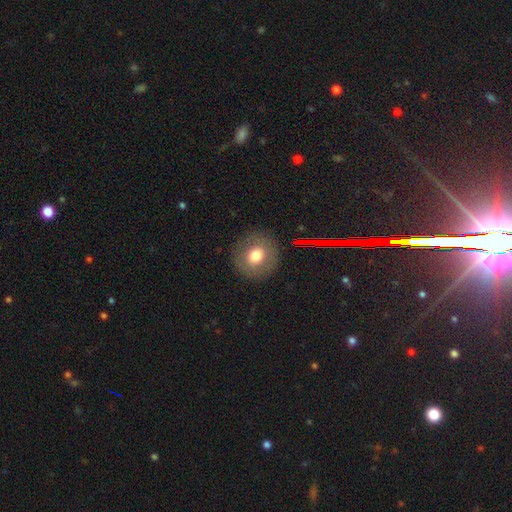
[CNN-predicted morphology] This appears to be a smooth galaxy with no disk features (68%) that is round (91%). Merging: none (88%).